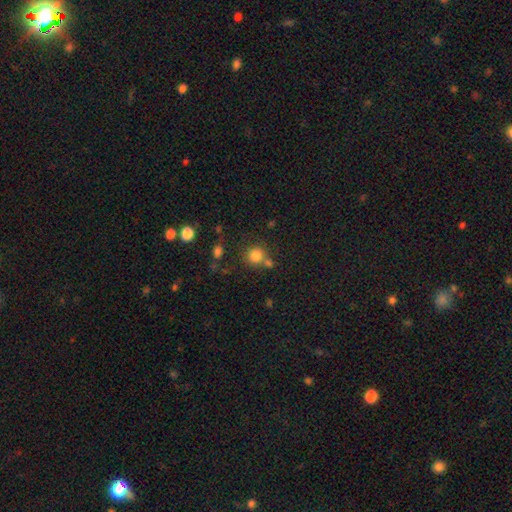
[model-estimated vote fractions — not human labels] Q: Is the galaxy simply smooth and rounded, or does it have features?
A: smooth — 80%.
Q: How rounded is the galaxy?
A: round — 86%.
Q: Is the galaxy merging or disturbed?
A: none — 62%.